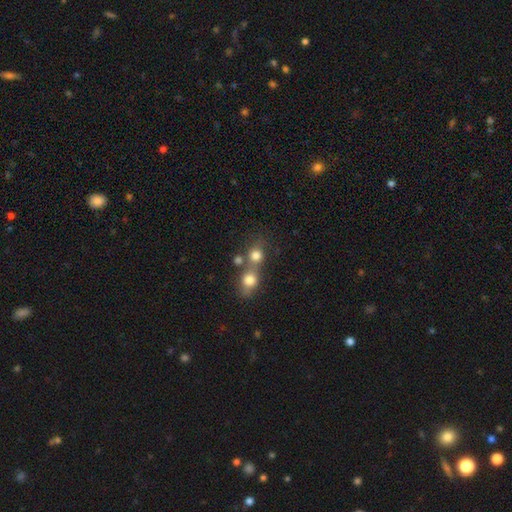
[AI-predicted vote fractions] smooth_or_featured: smooth (p=0.77) [alt: star or artifact p=0.13]
how_rounded: round (p=0.78) [alt: in between p=0.20]
merging: merger (p=0.49) [alt: none p=0.40]